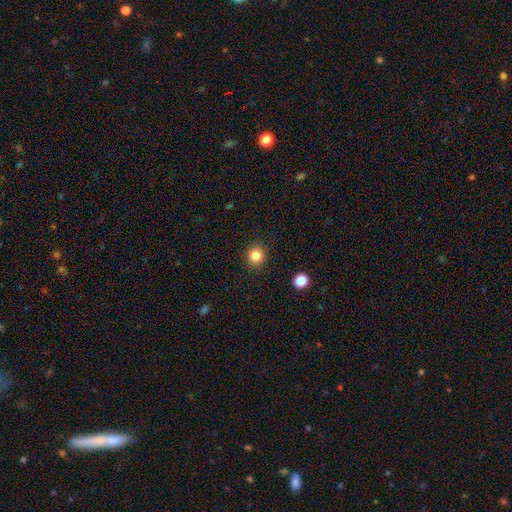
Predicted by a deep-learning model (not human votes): Q: Smooth or featured?
A: smooth (84%); runner-up: star or artifact (11%)
Q: How rounded?
A: round (88%); runner-up: in between (11%)
Q: Merging?
A: none (91%); runner-up: minor disturbance (6%)